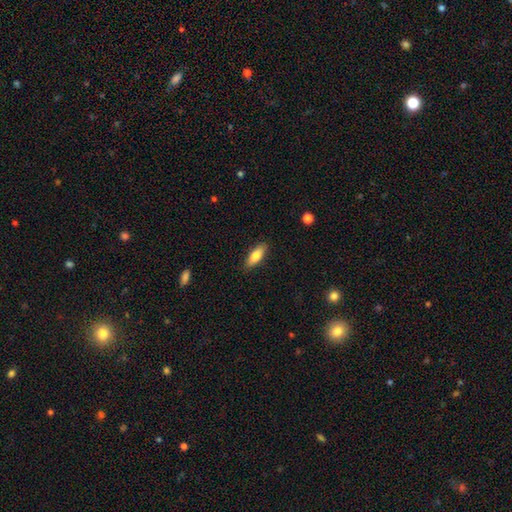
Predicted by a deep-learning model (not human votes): Smooth or featured? Predicted: smooth (p=0.77). How rounded? Predicted: in between (p=0.69). Merging? Predicted: none (p=0.87).